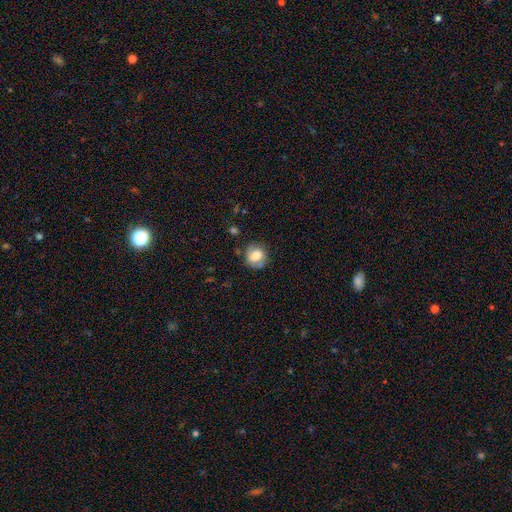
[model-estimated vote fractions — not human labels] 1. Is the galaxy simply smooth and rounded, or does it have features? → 69% smooth, 22% featured or disk, 9% star or artifact.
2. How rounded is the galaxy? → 74% round, 25% in between, 1% cigar-shaped.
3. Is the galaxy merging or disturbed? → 73% none, 19% minor disturbance, 6% major disturbance, 2% merger.